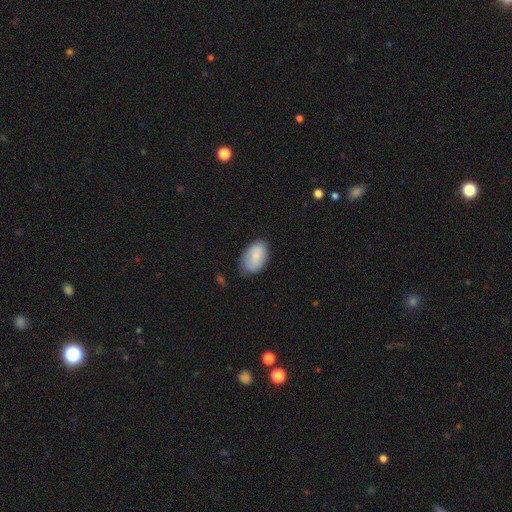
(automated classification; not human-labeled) Smooth or featured: smooth — 76% (featured or disk — 18%)
How rounded: in between — 92% (round — 7%)
Merging: none — 65% (minor disturbance — 27%)